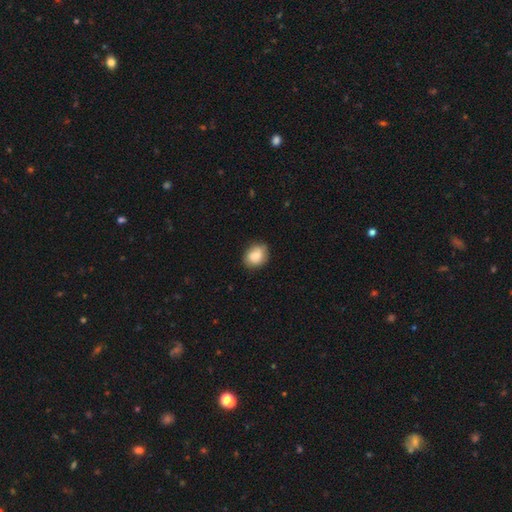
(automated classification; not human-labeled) A smooth galaxy with no disk features (78%) that is round (58%). Merging: none (76%).